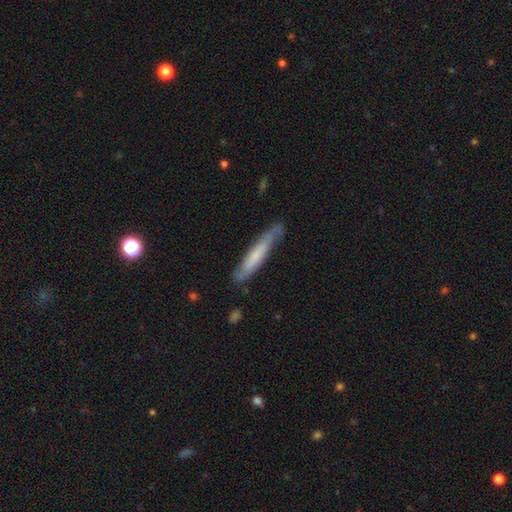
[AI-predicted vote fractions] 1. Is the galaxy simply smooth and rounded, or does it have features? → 49% smooth, 45% featured or disk, 6% star or artifact.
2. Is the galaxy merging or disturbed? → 72% none, 21% minor disturbance, 5% major disturbance, 2% merger.